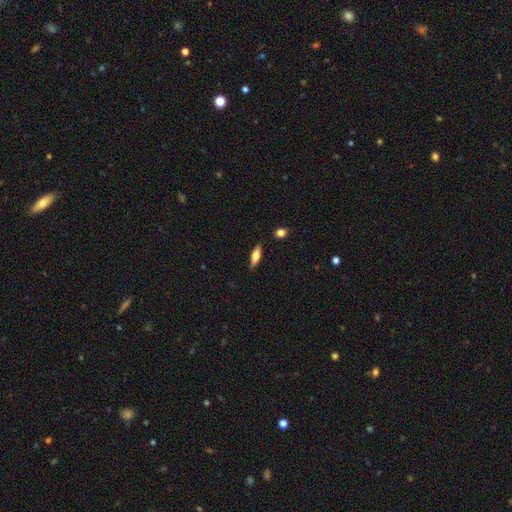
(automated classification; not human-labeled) This is possibly a smooth galaxy (59%). How rounded: possibly in between (50%). Merging: clearly none (85%).